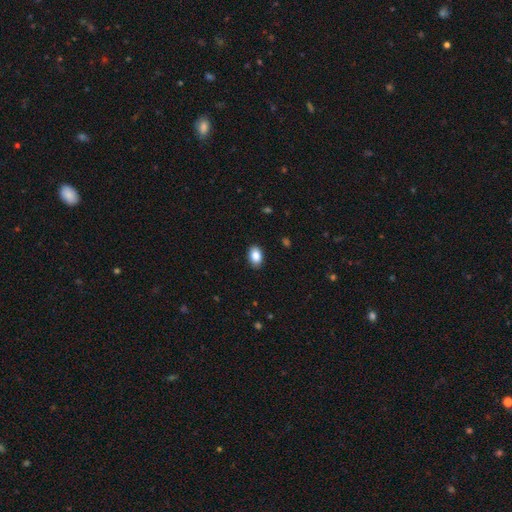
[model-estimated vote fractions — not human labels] A smooth galaxy with no disk features (88%) that is in between round and cigar-shaped (88%). Merging: none (89%).